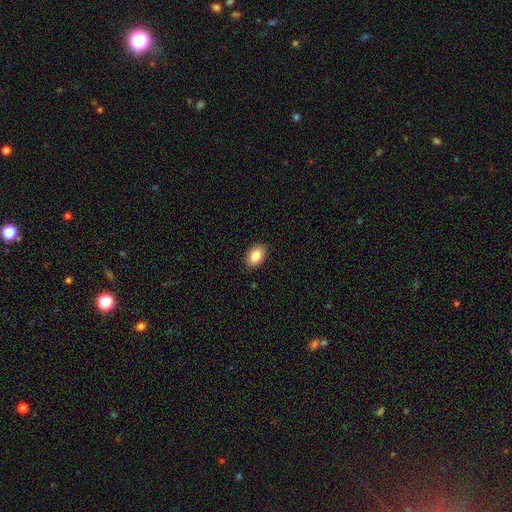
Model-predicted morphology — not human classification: smooth 85%, star or artifact 8%, featured or disk 8%. Down the decision tree: how rounded — in between (85%); merging — none (88%).